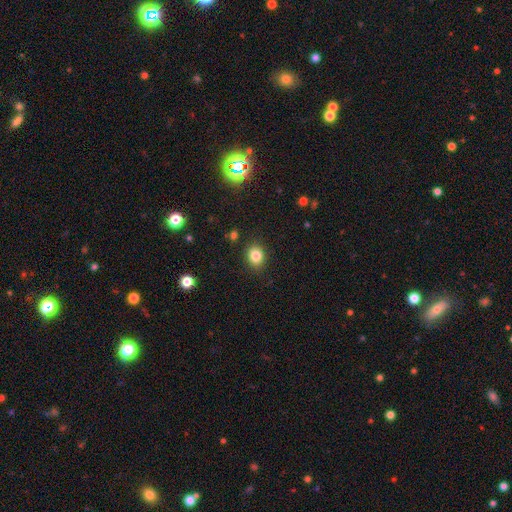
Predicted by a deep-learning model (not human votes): This is clearly a smooth galaxy (83%). How rounded: possibly round (58%). Merging: clearly none (86%).